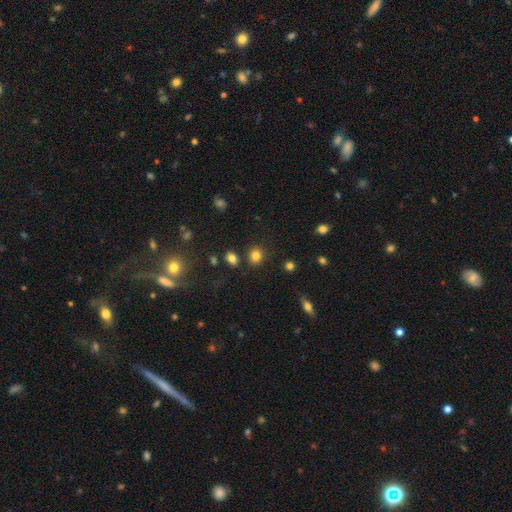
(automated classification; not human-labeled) This is clearly a smooth galaxy (81%). How rounded: likely round (74%). Merging: clearly none (84%).